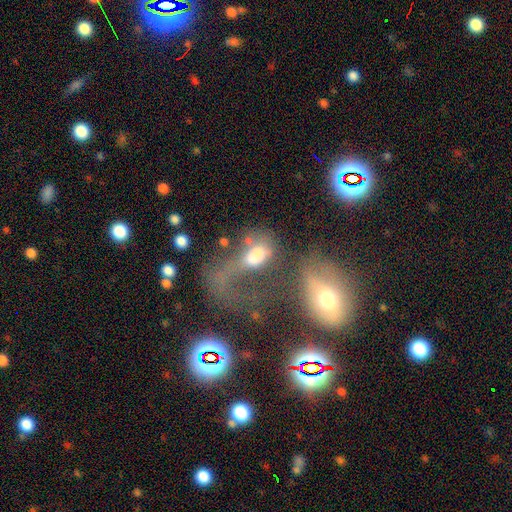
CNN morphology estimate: smooth_or_featured: smooth (p=0.45) [alt: featured or disk p=0.40]
merging: major disturbance (p=0.42) [alt: merger p=0.35]